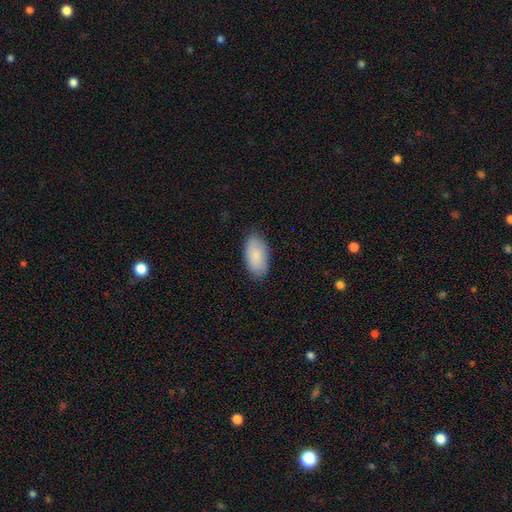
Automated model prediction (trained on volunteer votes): smooth_or_featured: smooth (p=0.86) [alt: featured or disk p=0.08]
how_rounded: in between (p=0.95) [alt: round p=0.03]
merging: none (p=0.86) [alt: minor disturbance p=0.11]